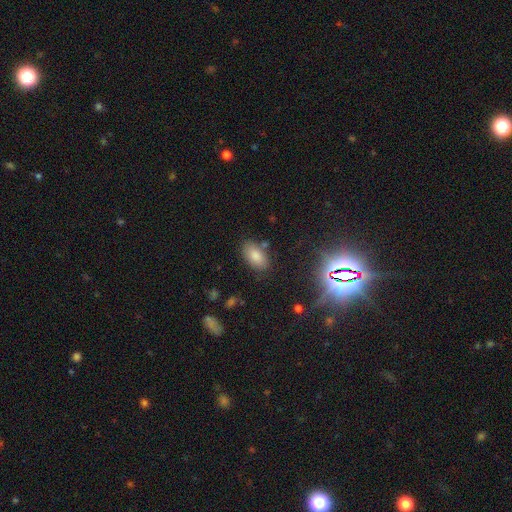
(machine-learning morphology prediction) smooth-or-featured: smooth: 83% | star or artifact: 10% | featured or disk: 7%
  how-rounded: in between: 93% | round: 5% | cigar-shaped: 3%
  merging: none: 79% | minor disturbance: 13% | merger: 5% | major disturbance: 4%